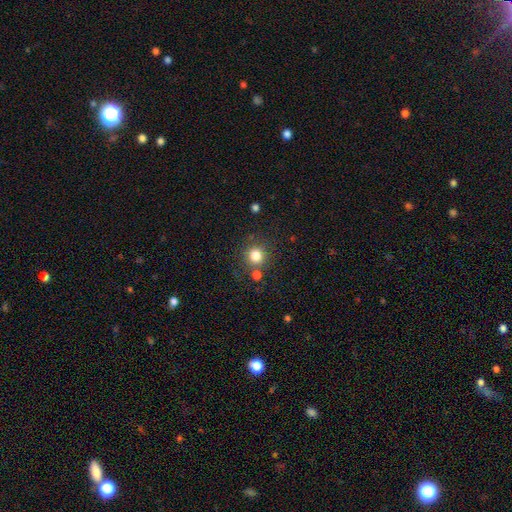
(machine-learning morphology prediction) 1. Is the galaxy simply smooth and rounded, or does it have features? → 81% smooth, 12% star or artifact, 6% featured or disk.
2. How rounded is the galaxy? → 92% round, 7% in between, 1% cigar-shaped.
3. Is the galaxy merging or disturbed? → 78% none, 10% merger, 9% minor disturbance, 4% major disturbance.